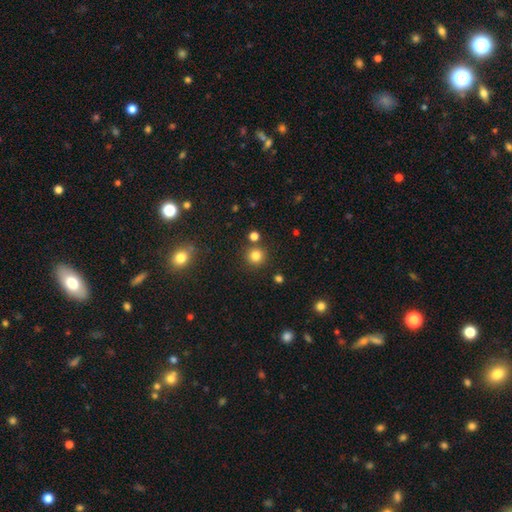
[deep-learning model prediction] smooth 81%, star or artifact 14%, featured or disk 5%. Down the decision tree: how rounded — round (94%); merging — none (85%).